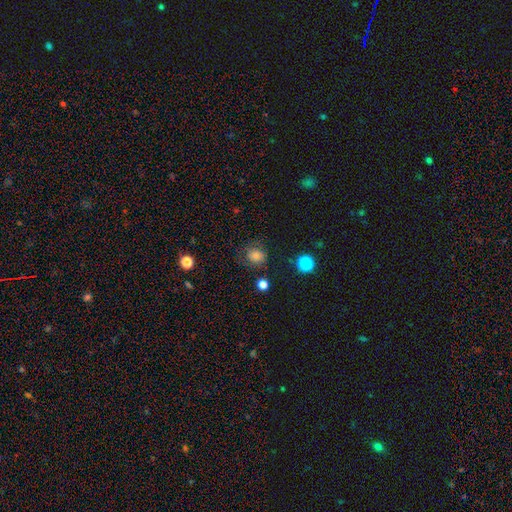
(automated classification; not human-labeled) Smooth or featured: smooth — 72% (star or artifact — 16%)
How rounded: round — 80% (in between — 19%)
Merging: none — 72% (minor disturbance — 17%)